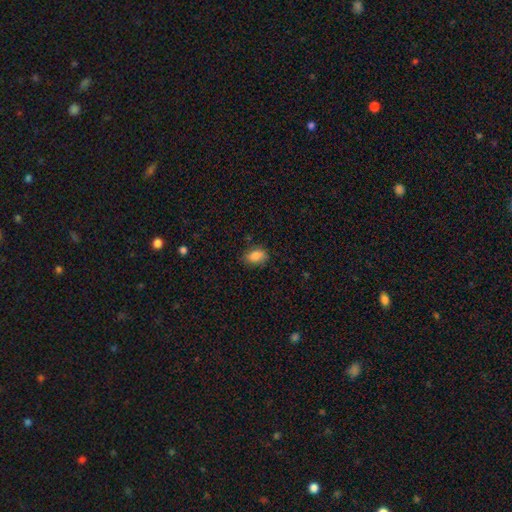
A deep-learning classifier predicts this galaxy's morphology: A smooth galaxy with no disk features (85%) that is in between round and cigar-shaped (82%). Merging: none (77%).